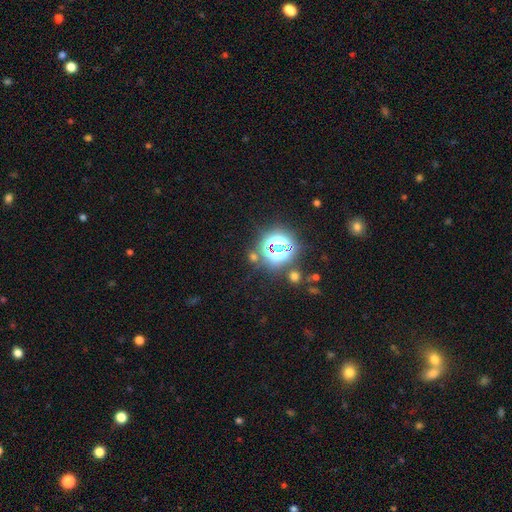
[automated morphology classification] A star or artifact, not a galaxy (73%).

Vote fractions:
- Smooth or featured? star or artifact: 73% / smooth: 18% / featured or disk: 9%